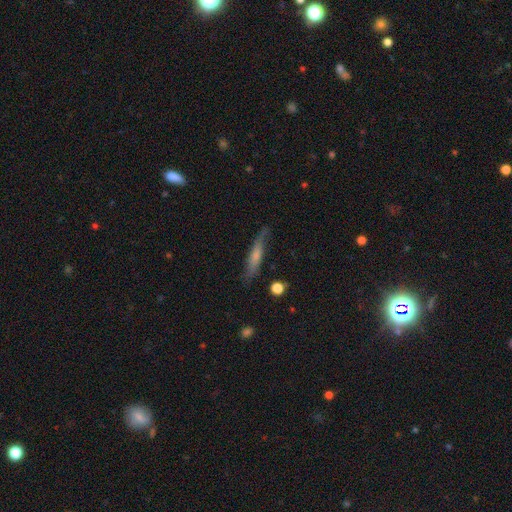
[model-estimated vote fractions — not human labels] Smooth or featured? Predicted: smooth (p=0.54). How rounded? Predicted: cigar-shaped (p=0.86). Merging? Predicted: none (p=0.69).